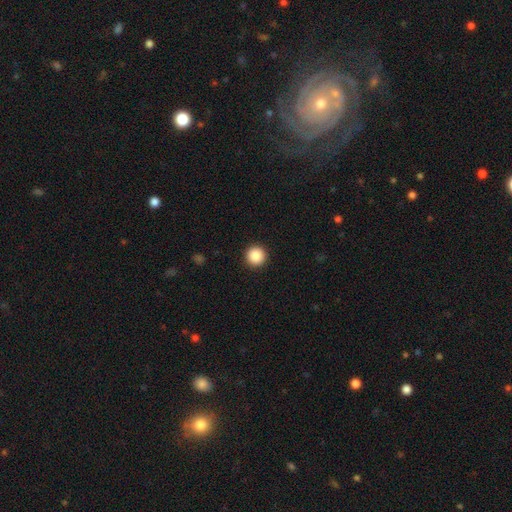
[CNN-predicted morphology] Overall: smooth (87%). How rounded: round (97%). Merging: none (94%).